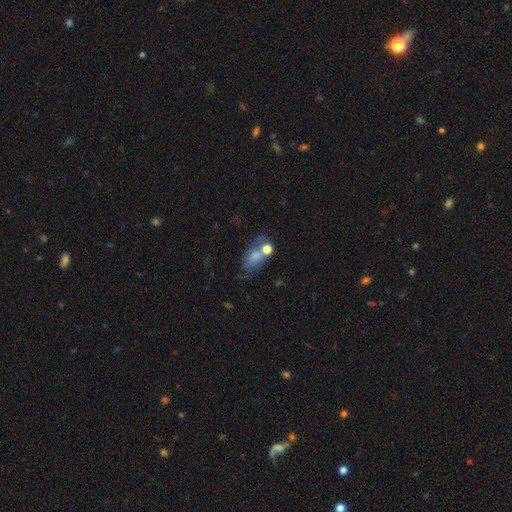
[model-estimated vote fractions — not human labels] Smooth or featured? Predicted: smooth (p=0.62). How rounded? Predicted: in between (p=0.81). Merging? Predicted: none (p=0.32).